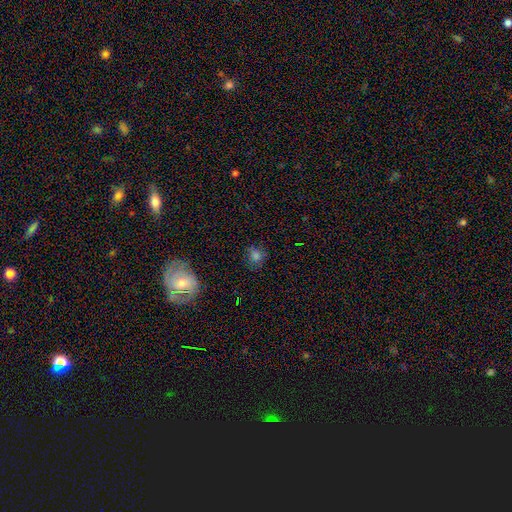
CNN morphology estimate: Smooth or featured: smooth — 74% (star or artifact — 18%)
How rounded: round — 79% (in between — 19%)
Merging: none — 76% (minor disturbance — 16%)